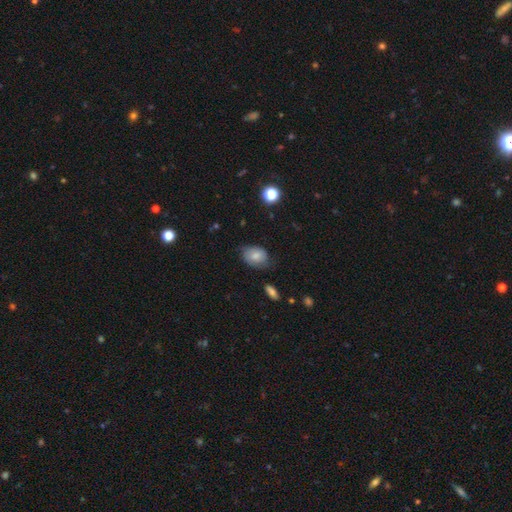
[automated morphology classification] type=smooth (69%); roundness=in between (75%); merging=none (62%).